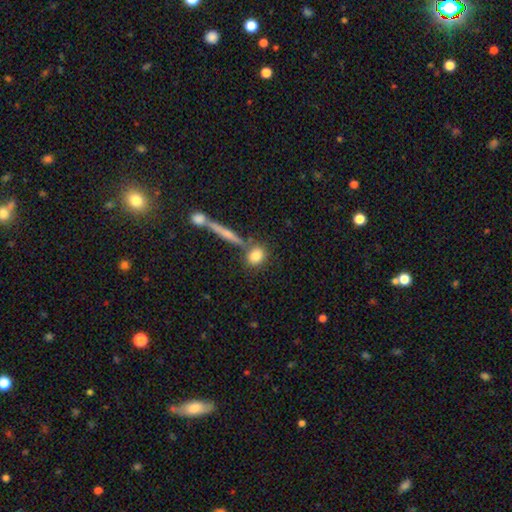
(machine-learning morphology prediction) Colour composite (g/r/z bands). It shows a smooth galaxy with no disk features (81%) that is round (69%). Merging: none (69%).